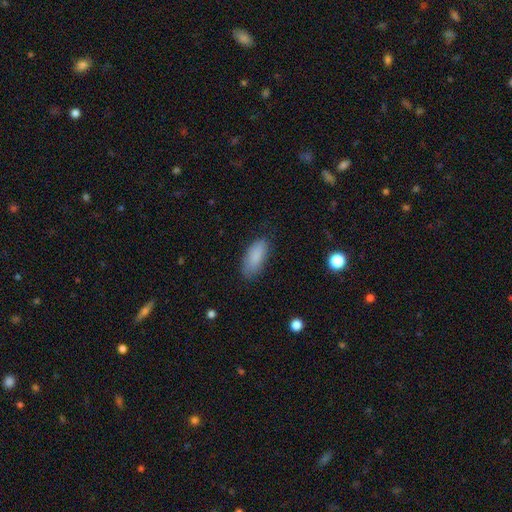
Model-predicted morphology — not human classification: This is clearly a smooth galaxy (87%). How rounded: clearly in between (83%). Merging: likely none (76%).